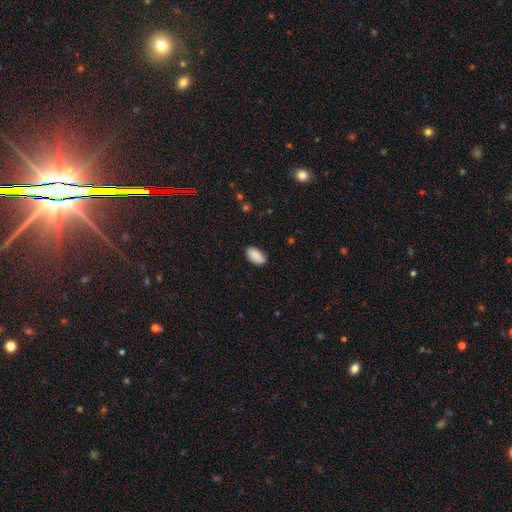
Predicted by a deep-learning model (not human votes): Smooth or featured? Predicted: smooth (p=0.90). How rounded? Predicted: in between (p=0.95). Merging? Predicted: none (p=0.87).